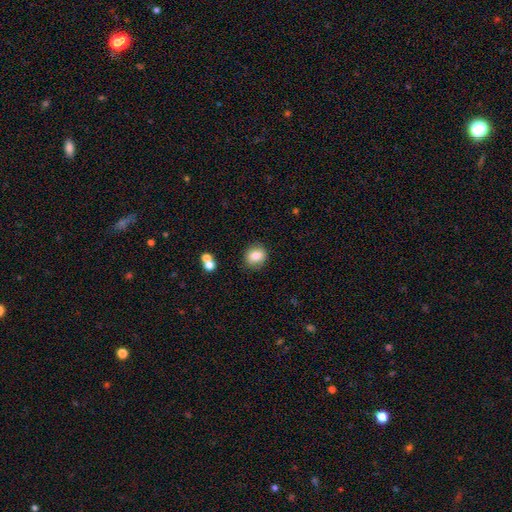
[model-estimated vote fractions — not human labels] The model was most divided on "how rounded": round: 73%, in between: 26%, cigar-shaped: 1%. More confident: merging — none (84%); smooth or featured — smooth (81%).